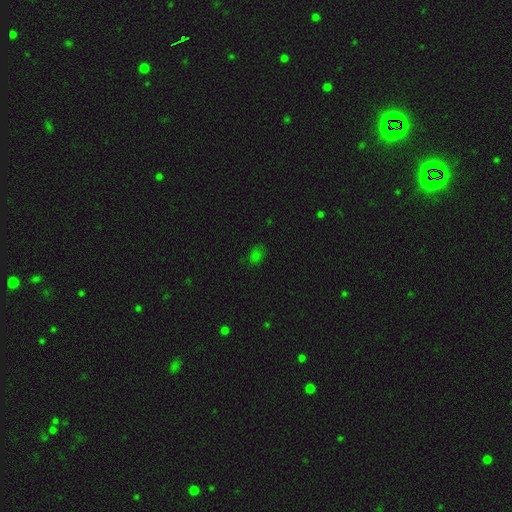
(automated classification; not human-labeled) Smooth or featured? Predicted: smooth (p=0.70). How rounded? Predicted: in between (p=0.60). Merging? Predicted: none (p=0.75).